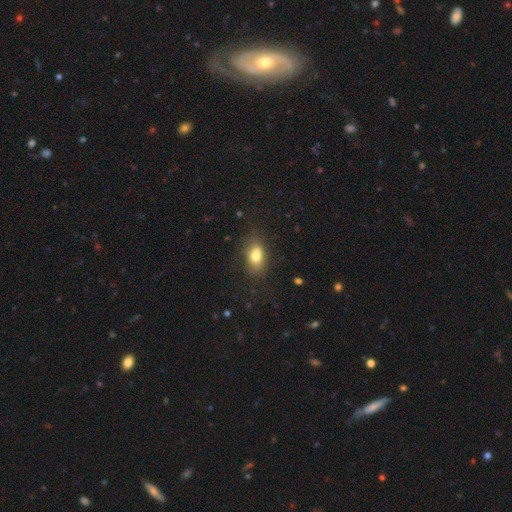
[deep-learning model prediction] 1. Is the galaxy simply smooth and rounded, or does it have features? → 77% smooth, 13% featured or disk, 10% star or artifact.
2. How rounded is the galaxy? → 84% in between, 13% round, 3% cigar-shaped.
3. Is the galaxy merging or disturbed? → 68% none, 20% minor disturbance, 8% major disturbance, 5% merger.